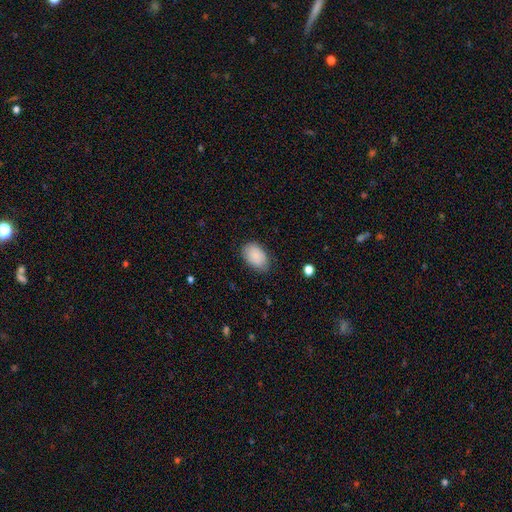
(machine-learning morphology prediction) The model was most divided on "merging": none: 78%, minor disturbance: 17%, major disturbance: 4%, merger: 1%. More confident: how rounded — in between (91%); smooth or featured — smooth (89%).